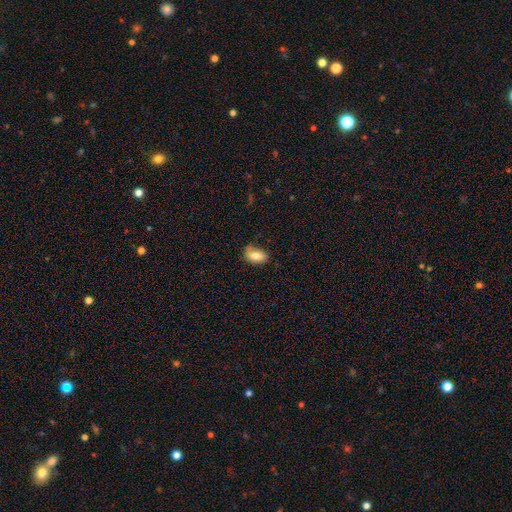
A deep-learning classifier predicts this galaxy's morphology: This is likely a smooth galaxy (76%). How rounded: clearly in between (91%). Merging: possibly none (53%).